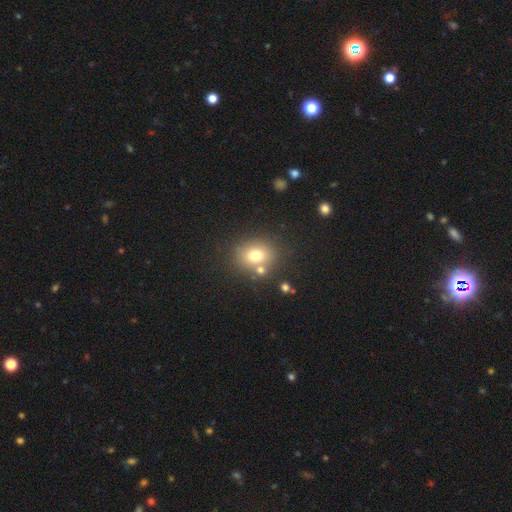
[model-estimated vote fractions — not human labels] Smooth or featured? smooth (74%)
How rounded? round (60%)
Merging? none (69%)